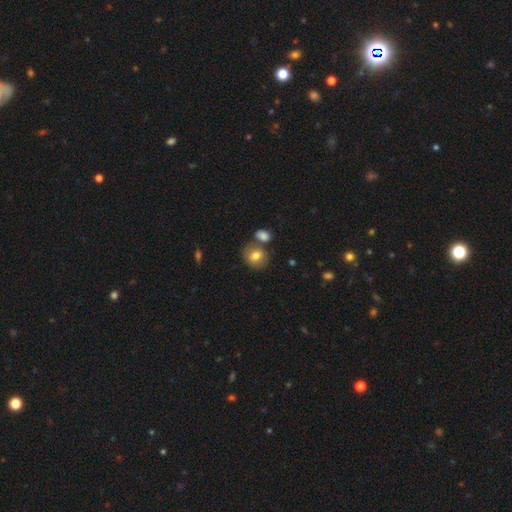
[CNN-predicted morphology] smooth-or-featured: smooth: 78% | featured or disk: 13% | star or artifact: 9%
  how-rounded: round: 67% | in between: 32% | cigar-shaped: 1%
  merging: none: 61% | merger: 23% | minor disturbance: 12% | major disturbance: 4%